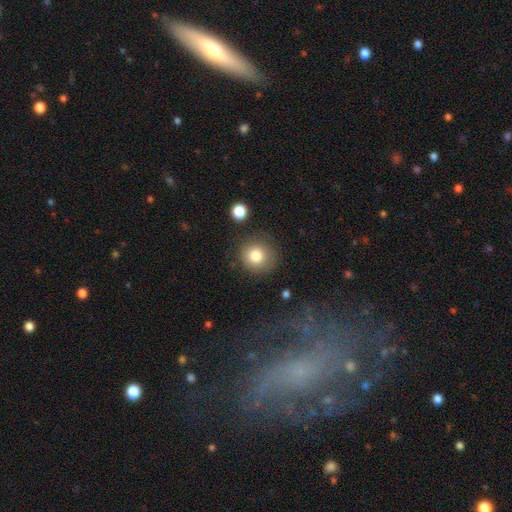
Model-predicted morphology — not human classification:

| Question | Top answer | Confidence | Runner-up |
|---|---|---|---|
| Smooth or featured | smooth | 82% | star or artifact (10%) |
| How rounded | round | 91% | in between (8%) |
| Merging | none | 81% | minor disturbance (11%) |